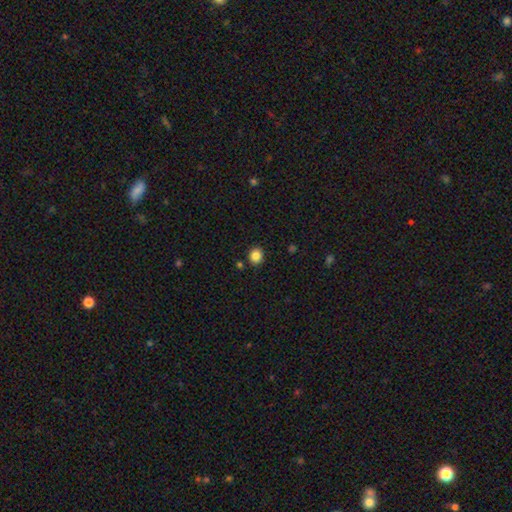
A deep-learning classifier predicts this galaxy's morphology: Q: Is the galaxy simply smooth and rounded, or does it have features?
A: smooth — 85%.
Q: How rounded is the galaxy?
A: round — 80%.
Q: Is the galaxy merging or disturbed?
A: none — 88%.